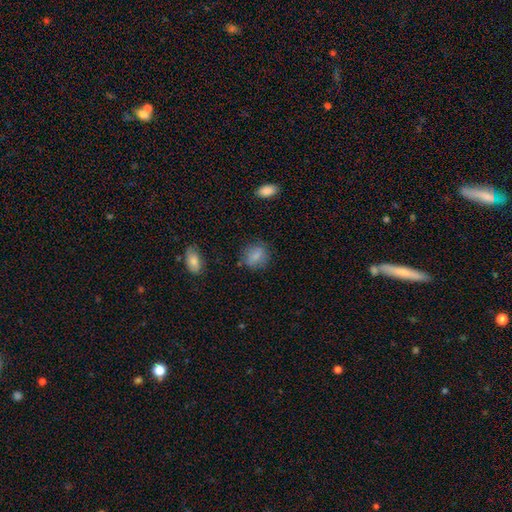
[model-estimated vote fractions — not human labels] Q: Smooth or featured?
A: smooth (81%); runner-up: featured or disk (10%)
Q: How rounded?
A: in between (54%); runner-up: round (43%)
Q: Merging?
A: none (74%); runner-up: minor disturbance (18%)